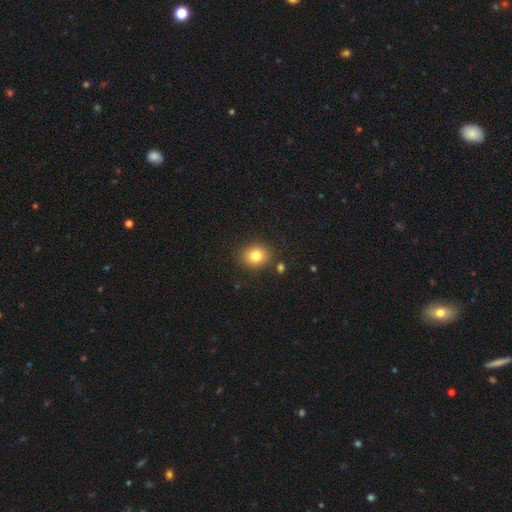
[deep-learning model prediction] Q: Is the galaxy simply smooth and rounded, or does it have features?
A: smooth — 81%.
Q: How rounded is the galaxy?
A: round — 65%.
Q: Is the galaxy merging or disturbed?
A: none — 85%.